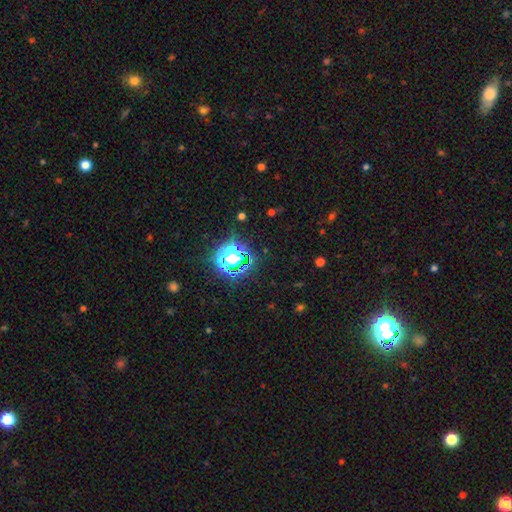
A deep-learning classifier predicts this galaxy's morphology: Smooth or featured: star or artifact — 76% (smooth — 16%)